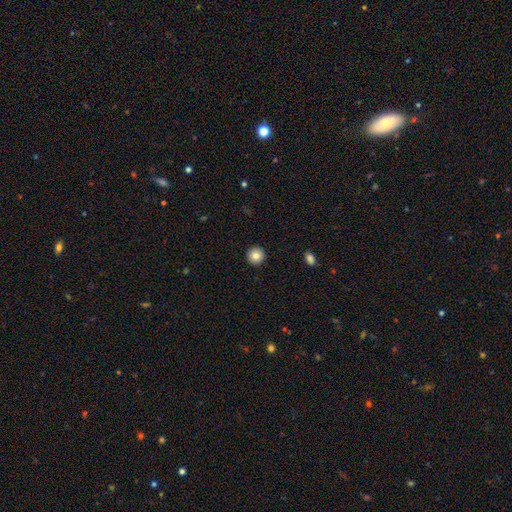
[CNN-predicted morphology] This appears to be a smooth galaxy with no disk features (84%) that is round (96%). Merging: none (93%).